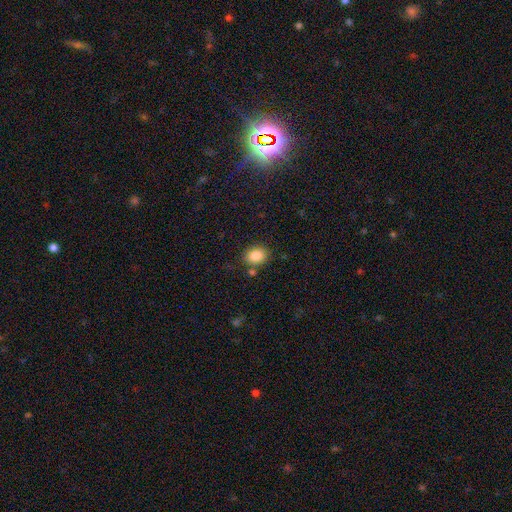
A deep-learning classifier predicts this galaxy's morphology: Smooth or featured? Predicted: smooth (p=0.87). How rounded? Predicted: in between (p=0.54). Merging? Predicted: none (p=0.79).